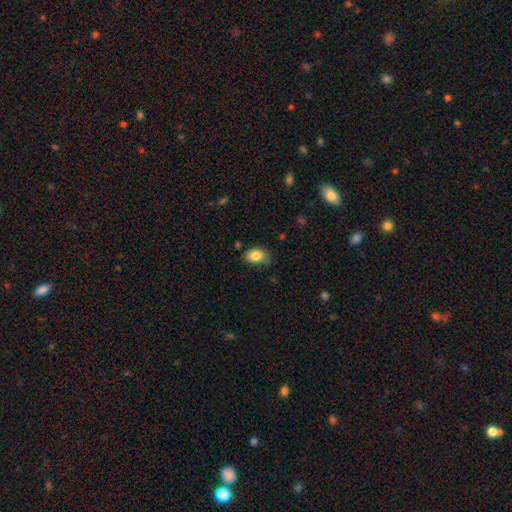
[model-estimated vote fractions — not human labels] A smooth galaxy with no disk features (84%) that is in between round and cigar-shaped (79%). Merging: none (70%).